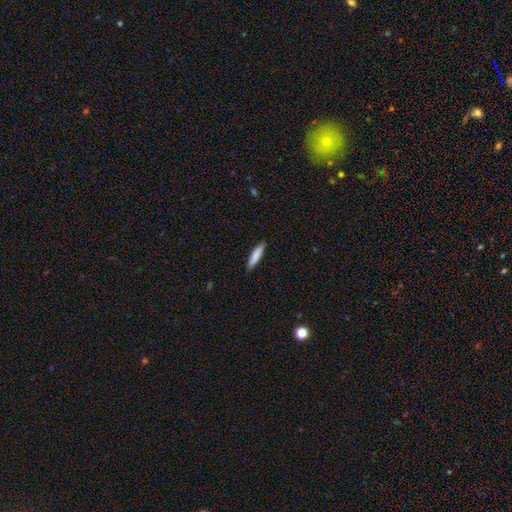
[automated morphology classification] smooth_or_featured: smooth (p=0.84) [alt: featured or disk p=0.10]
how_rounded: cigar-shaped (p=0.84) [alt: in between p=0.15]
merging: none (p=0.89) [alt: minor disturbance p=0.09]